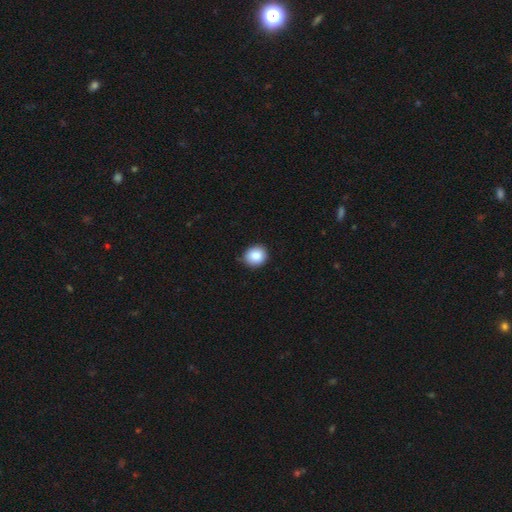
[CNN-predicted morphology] This appears to be a smooth galaxy with no disk features (87%) that is round (77%). Merging: none (85%).